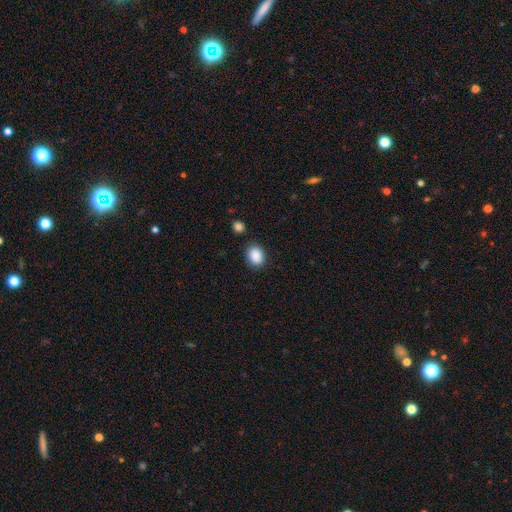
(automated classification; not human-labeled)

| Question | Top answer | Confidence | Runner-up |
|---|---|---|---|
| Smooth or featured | smooth | 89% | star or artifact (8%) |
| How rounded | in between | 60% | round (39%) |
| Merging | none | 84% | minor disturbance (10%) |